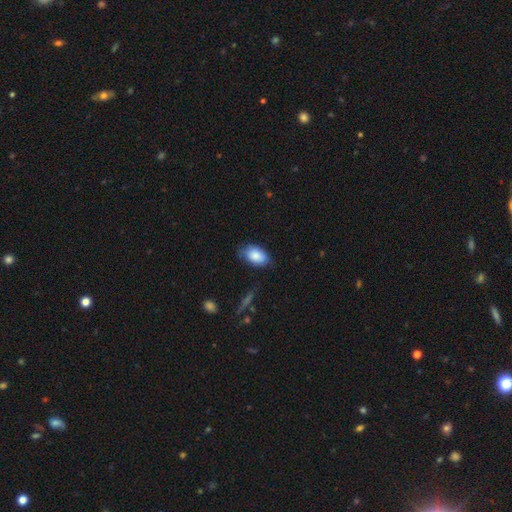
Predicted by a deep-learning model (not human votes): Morphology: type=smooth (83%); roundness=in between (91%); merging=none (64%).